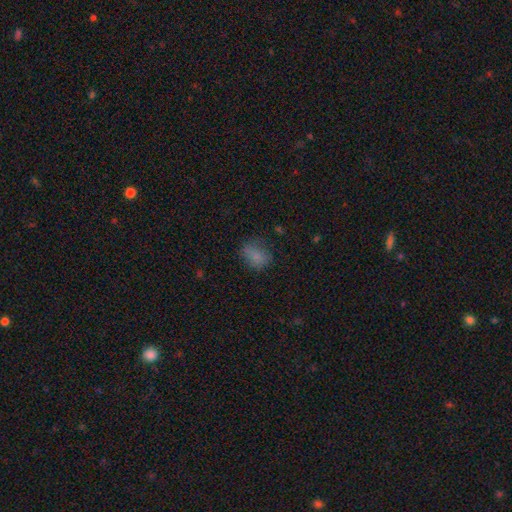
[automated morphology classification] A smooth galaxy with no disk features (79%) that is in between round and cigar-shaped (64%).

Vote fractions:
- Smooth or featured? smooth: 79% / star or artifact: 13% / featured or disk: 8%
- How rounded? in between: 64% / round: 34% / cigar-shaped: 2%
- Merging? none: 66% / minor disturbance: 23% / major disturbance: 10% / merger: 2%